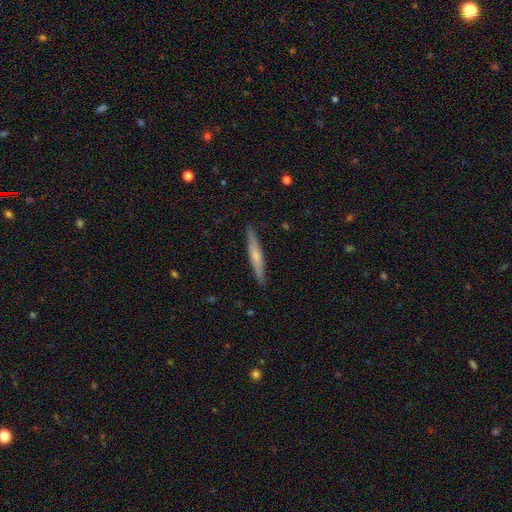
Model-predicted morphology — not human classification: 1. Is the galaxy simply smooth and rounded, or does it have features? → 48% featured or disk, 46% smooth, 6% star or artifact.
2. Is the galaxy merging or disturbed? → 89% none, 8% minor disturbance, 2% major disturbance, 1% merger.